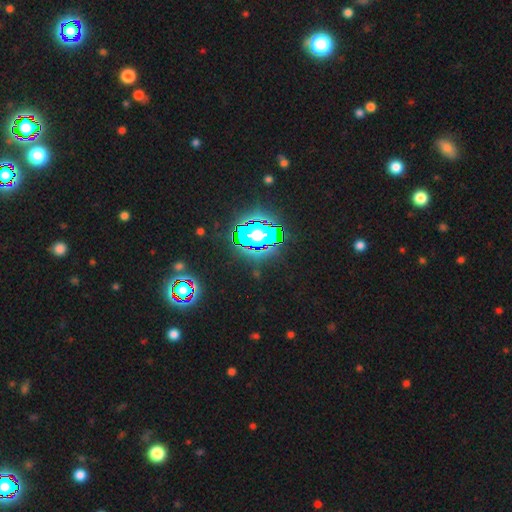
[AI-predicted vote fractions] smooth_or_featured: star or artifact (p=0.78) [alt: smooth p=0.12]